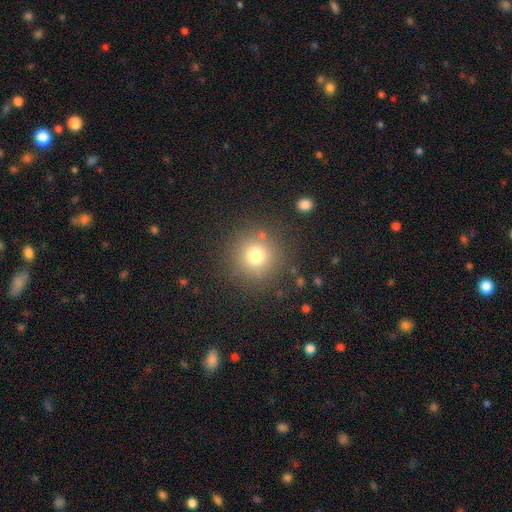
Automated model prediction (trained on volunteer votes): Morphology: type=smooth (74%); roundness=round (95%); merging=none (85%).